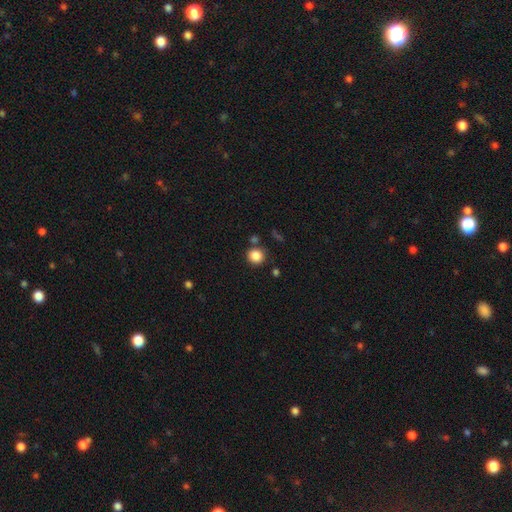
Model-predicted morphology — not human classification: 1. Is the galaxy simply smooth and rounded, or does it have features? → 86% smooth, 10% star or artifact, 4% featured or disk.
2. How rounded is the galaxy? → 91% round, 8% in between, 1% cigar-shaped.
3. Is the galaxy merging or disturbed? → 81% none, 8% minor disturbance, 7% merger, 3% major disturbance.